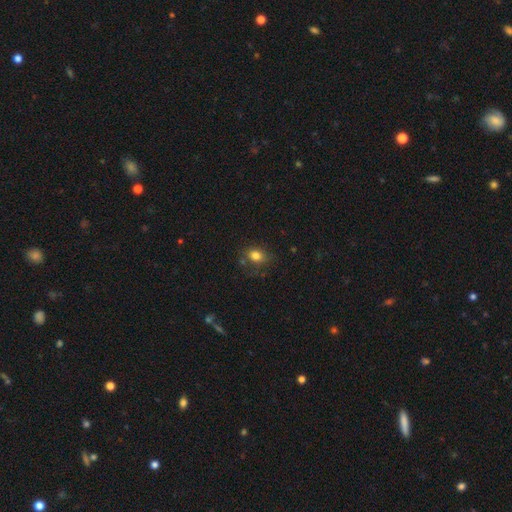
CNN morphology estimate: A smooth galaxy with no disk features (80%) that is round (51%). Merging: none (71%).